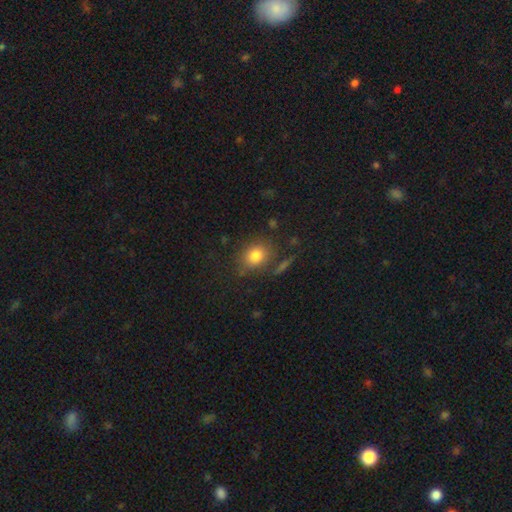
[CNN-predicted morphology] Q: Smooth or featured?
A: smooth (81%); runner-up: star or artifact (11%)
Q: How rounded?
A: round (53%); runner-up: in between (46%)
Q: Merging?
A: none (73%); runner-up: minor disturbance (16%)